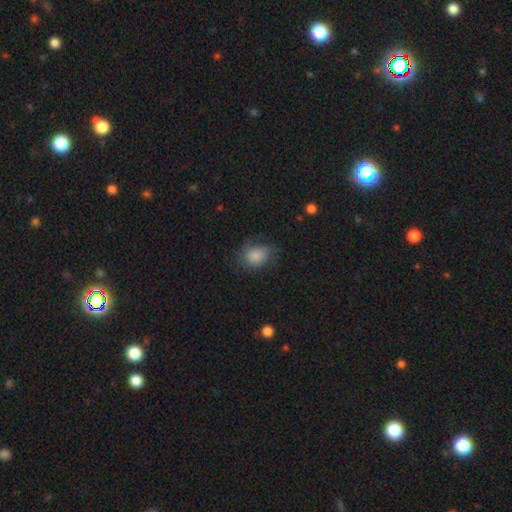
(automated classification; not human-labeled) Overall: smooth (76%). How rounded: in between (59%; round 40%). Merging: none (55%; minor disturbance 27%).